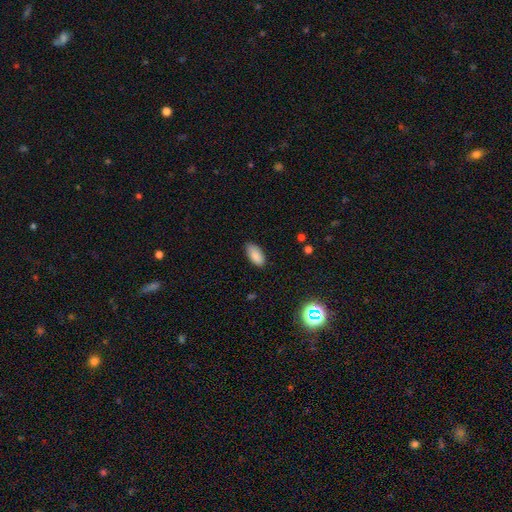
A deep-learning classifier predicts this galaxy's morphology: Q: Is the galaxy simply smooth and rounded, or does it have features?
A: smooth — 86%.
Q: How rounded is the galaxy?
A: in between — 92%.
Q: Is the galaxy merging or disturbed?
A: none — 82%.